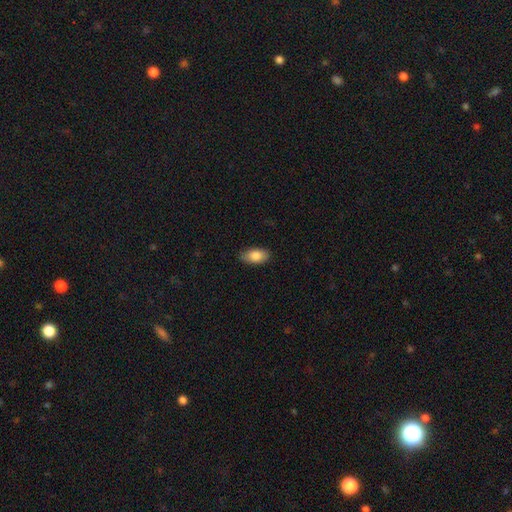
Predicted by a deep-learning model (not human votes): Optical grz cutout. It shows a smooth galaxy with no disk features (85%) that is in between round and cigar-shaped (92%). Merging: none (85%).